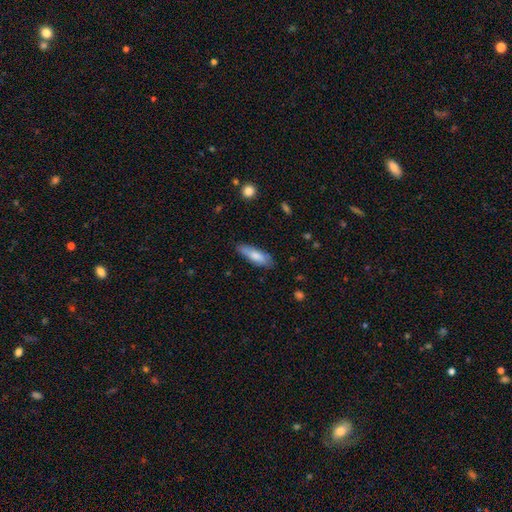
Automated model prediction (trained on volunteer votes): Smooth or featured: smooth — 76% (featured or disk — 18%)
How rounded: cigar-shaped — 50% (in between — 48%)
Merging: none — 79% (minor disturbance — 17%)